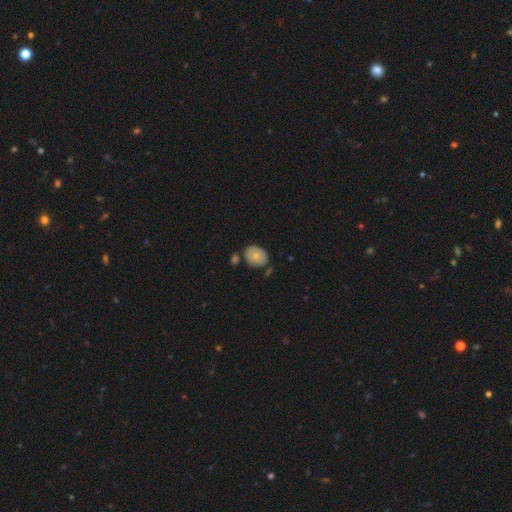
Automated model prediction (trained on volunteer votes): Smooth or featured: smooth — 71% (featured or disk — 21%)
How rounded: round — 51% (in between — 48%)
Merging: none — 70% (minor disturbance — 19%)